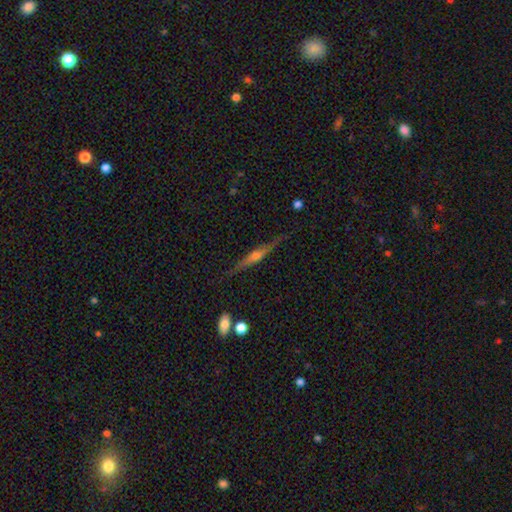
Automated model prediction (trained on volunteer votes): Q: Smooth or featured?
A: featured or disk (76%); runner-up: smooth (17%)
Q: Edge-on disk?
A: yes (97%); runner-up: no (3%)
Q: Edge-on bulge?
A: rounded (84%); runner-up: boxy (8%)
Q: Merging?
A: none (85%); runner-up: minor disturbance (11%)